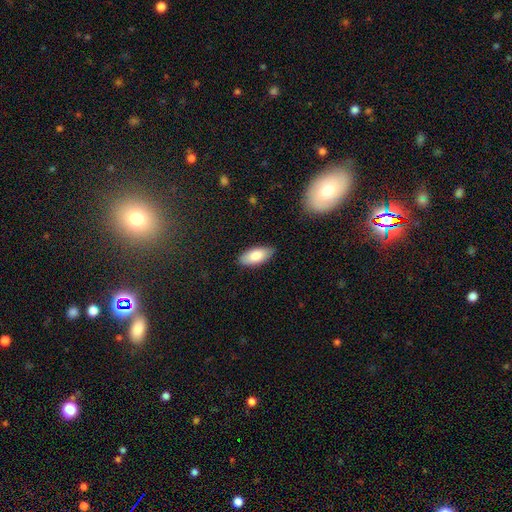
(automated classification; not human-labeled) Overall: smooth (84%). How rounded: in between (90%). Merging: none (86%).